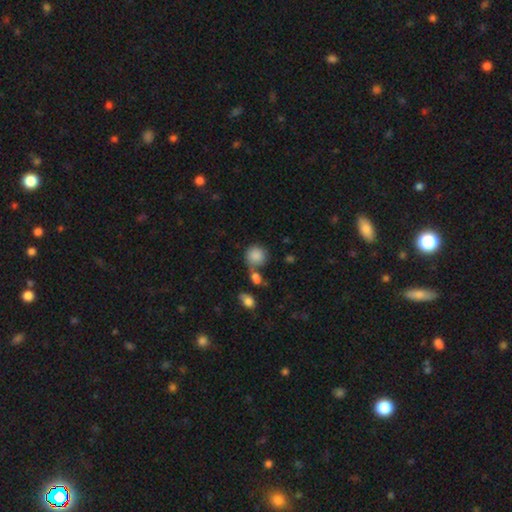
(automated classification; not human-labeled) Smooth or featured: smooth — 86% (star or artifact — 9%)
How rounded: round — 86% (in between — 13%)
Merging: none — 57% (merger — 22%)